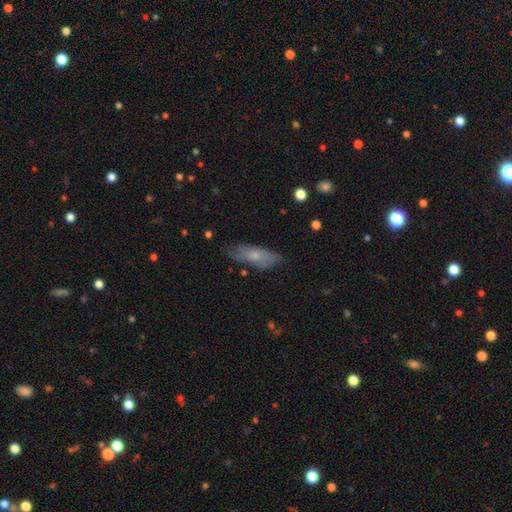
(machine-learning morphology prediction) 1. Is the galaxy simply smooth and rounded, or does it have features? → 62% smooth, 31% featured or disk, 7% star or artifact.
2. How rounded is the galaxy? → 63% in between, 34% cigar-shaped, 2% round.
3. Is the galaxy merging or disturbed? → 72% none, 21% minor disturbance, 5% major disturbance, 2% merger.